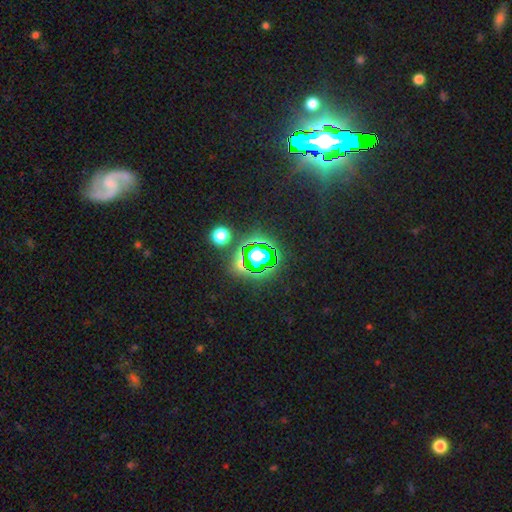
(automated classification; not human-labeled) Morphology: type=star or artifact (69%).